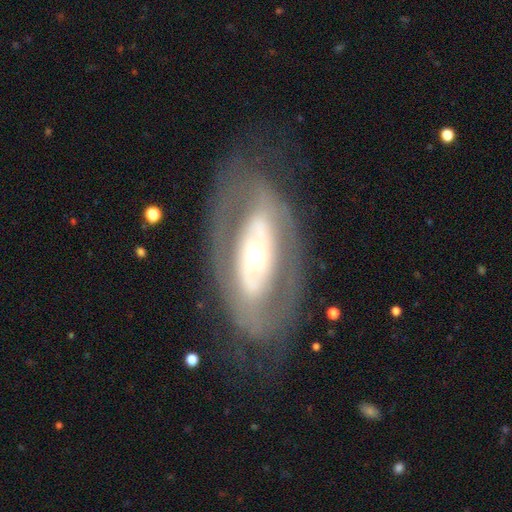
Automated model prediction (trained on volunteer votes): The model was most divided on "spiral arms": no: 57%, yes: 43%. More confident: edge-on disk — no (89%); smooth or featured — featured or disk (76%); merging — none (71%); bar — no (57%); bulge size — moderate (53%).